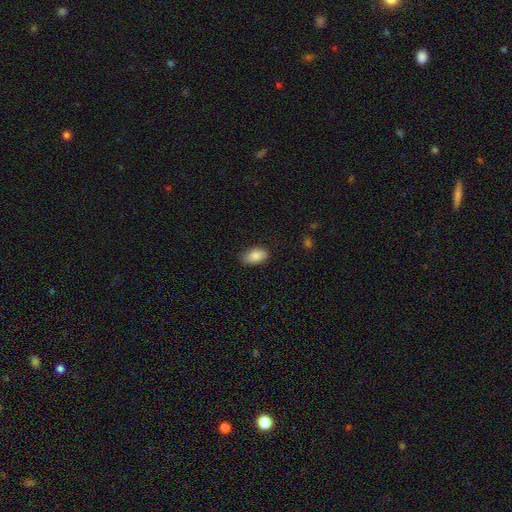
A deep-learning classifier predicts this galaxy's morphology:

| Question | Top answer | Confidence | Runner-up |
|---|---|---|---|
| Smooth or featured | smooth | 86% | star or artifact (7%) |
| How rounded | in between | 93% | round (4%) |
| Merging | none | 84% | minor disturbance (13%) |